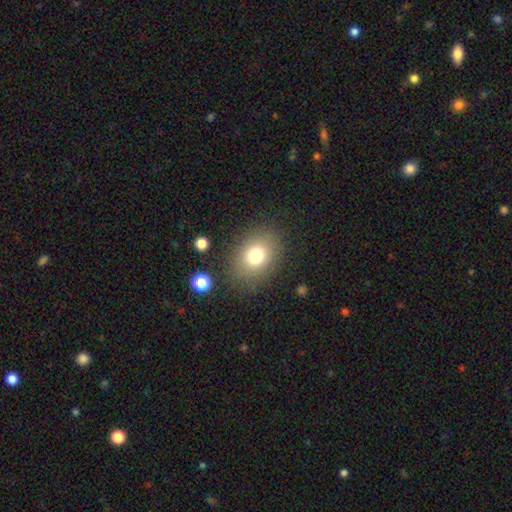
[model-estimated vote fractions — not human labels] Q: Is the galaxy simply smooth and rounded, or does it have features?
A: smooth — 77%.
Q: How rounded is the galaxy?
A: in between — 65%.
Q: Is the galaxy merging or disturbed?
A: none — 82%.